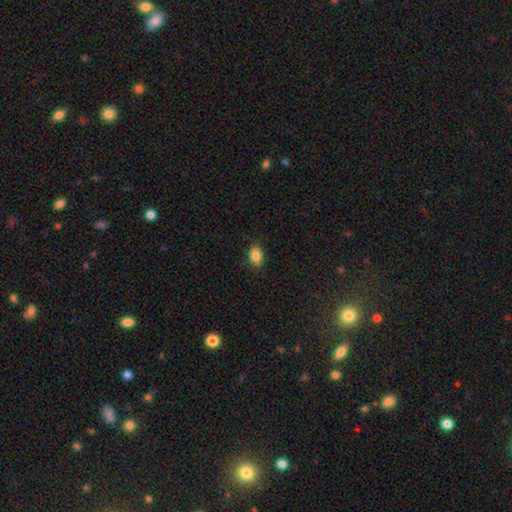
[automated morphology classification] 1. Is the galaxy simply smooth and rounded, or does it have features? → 86% smooth, 8% star or artifact, 6% featured or disk.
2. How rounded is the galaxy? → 87% in between, 11% round, 2% cigar-shaped.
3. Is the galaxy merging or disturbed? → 87% none, 10% minor disturbance, 2% major disturbance, 1% merger.